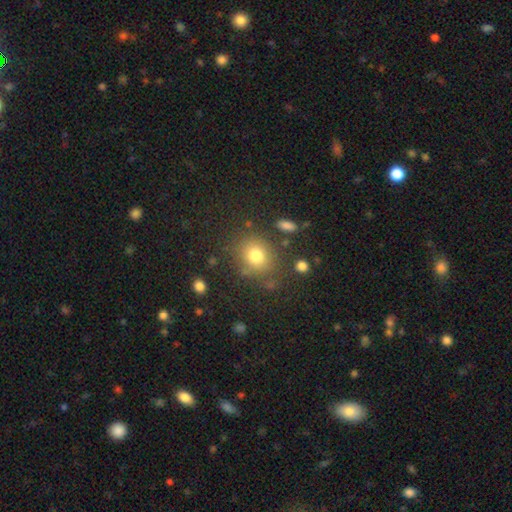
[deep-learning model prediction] smooth-or-featured: smooth: 77% | star or artifact: 14% | featured or disk: 10%
  how-rounded: round: 75% | in between: 24% | cigar-shaped: 1%
  merging: none: 77% | minor disturbance: 12% | major disturbance: 6% | merger: 5%